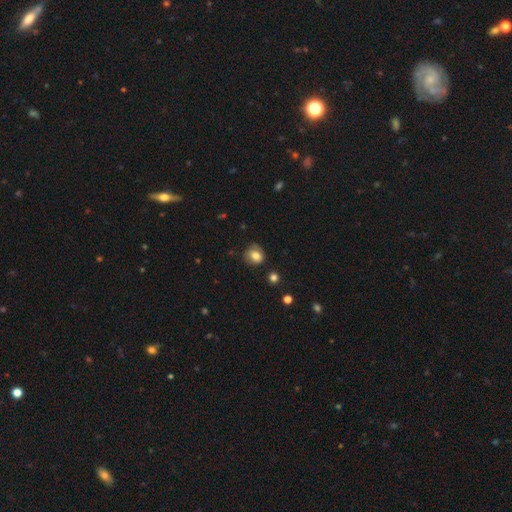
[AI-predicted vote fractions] Q: Smooth or featured?
A: smooth (80%); runner-up: featured or disk (10%)
Q: How rounded?
A: round (72%); runner-up: in between (27%)
Q: Merging?
A: none (73%); runner-up: minor disturbance (20%)